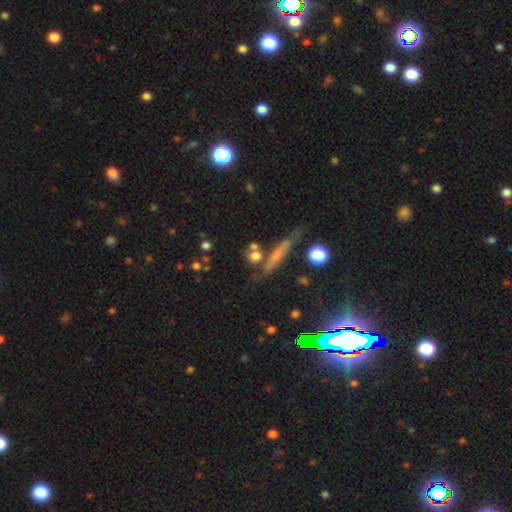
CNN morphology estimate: The model was most divided on "how rounded": round: 57%, cigar-shaped: 26%, in between: 17%. More confident: smooth or featured — smooth (67%); merging — none (61%).